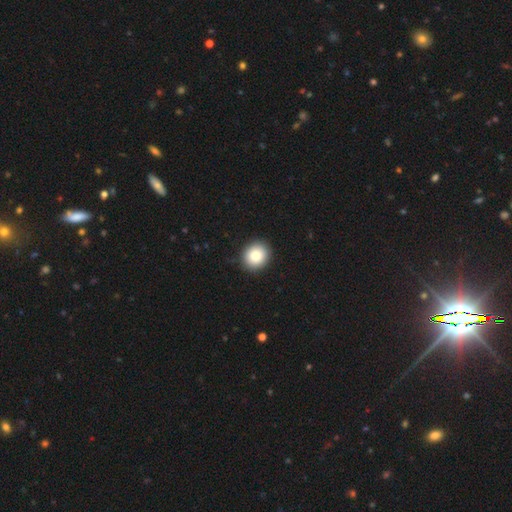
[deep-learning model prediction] The model was most divided on "how rounded": round: 80%, in between: 20%, cigar-shaped: 1%. More confident: merging — none (91%); smooth or featured — smooth (84%).